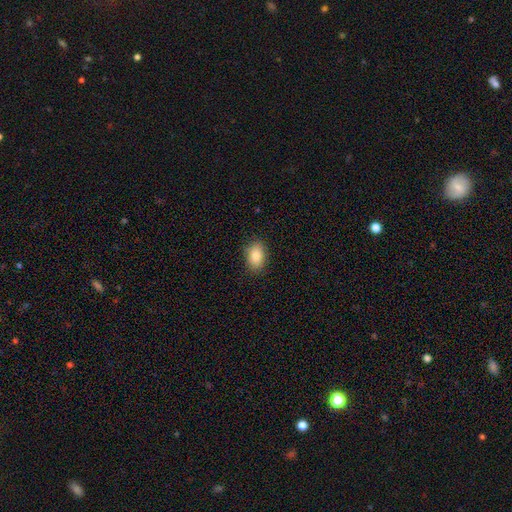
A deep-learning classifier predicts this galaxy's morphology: smooth_or_featured: smooth (p=0.85) [alt: star or artifact p=0.08]
how_rounded: in between (p=0.85) [alt: round p=0.14]
merging: none (p=0.87) [alt: minor disturbance p=0.10]